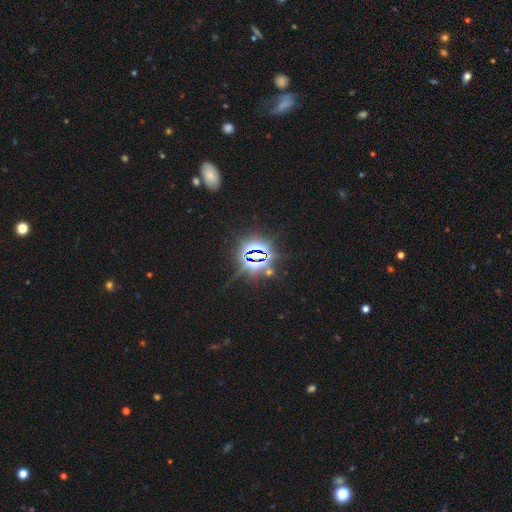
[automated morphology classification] Q: Smooth or featured?
A: star or artifact (83%); runner-up: smooth (9%)